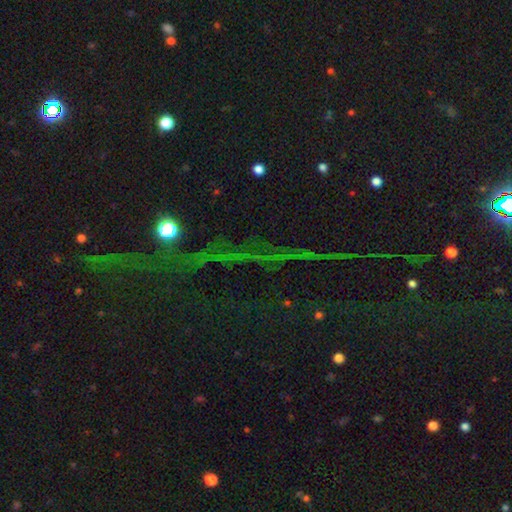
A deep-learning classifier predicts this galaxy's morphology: This is clearly a star or artifact rather than a galaxy (81%).